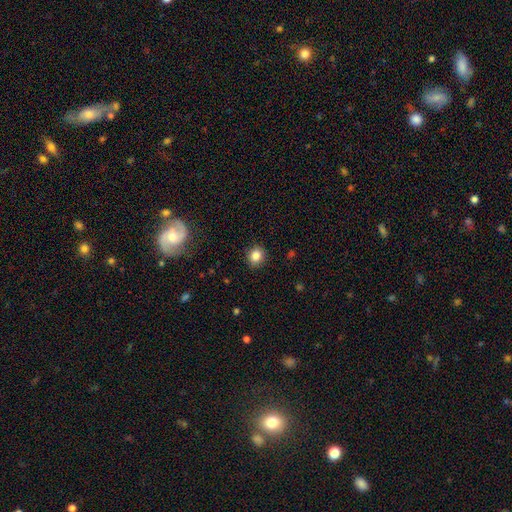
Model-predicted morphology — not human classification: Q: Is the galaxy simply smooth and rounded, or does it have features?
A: smooth — 84%.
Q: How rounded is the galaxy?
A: round — 80%.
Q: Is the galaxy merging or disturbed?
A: none — 90%.